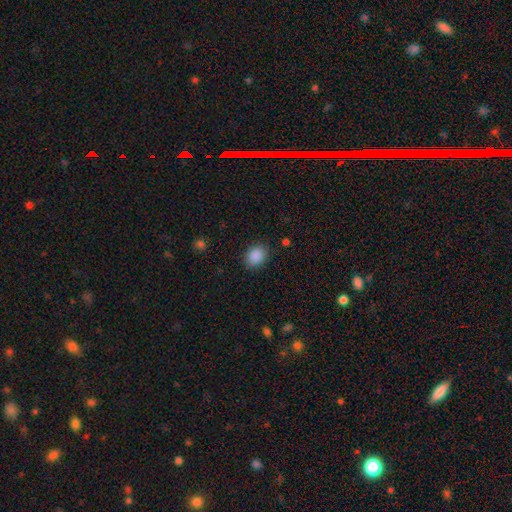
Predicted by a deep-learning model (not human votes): This appears to be a smooth galaxy with no disk features (88%) that is in between round and cigar-shaped (51%). Merging: none (86%).